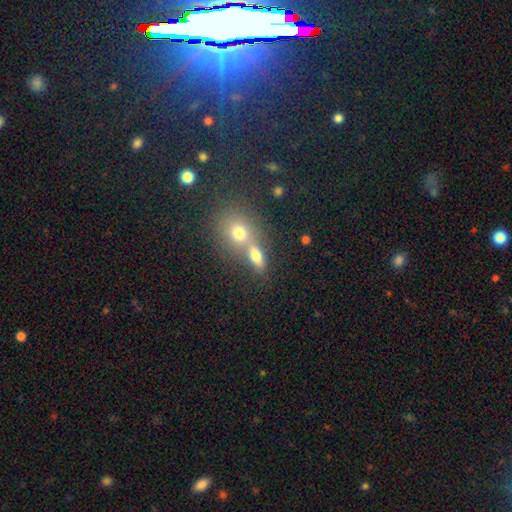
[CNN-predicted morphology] Smooth or featured? Predicted: smooth (p=0.73). How rounded? Predicted: in between (p=0.64). Merging? Predicted: merger (p=0.45).